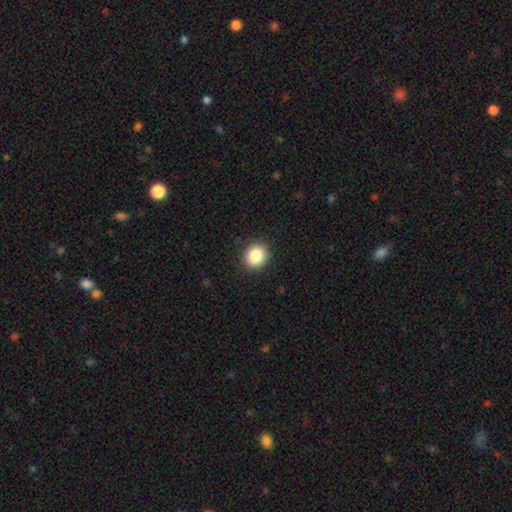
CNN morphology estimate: Smooth or featured? smooth (86%)
How rounded? round (70%)
Merging? none (90%)